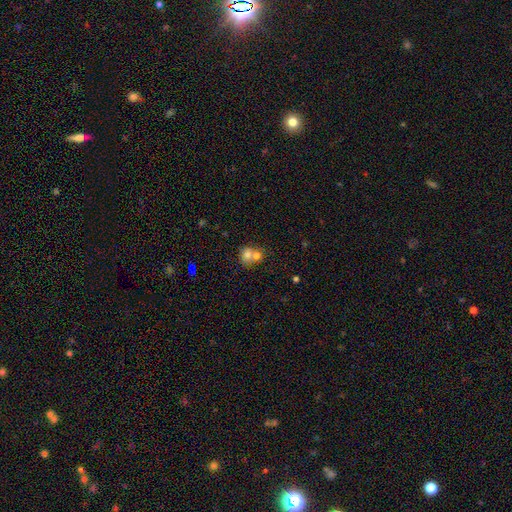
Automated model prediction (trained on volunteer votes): Smooth or featured: smooth — 71% (featured or disk — 17%)
How rounded: round — 75% (in between — 24%)
Merging: merger — 61% (none — 30%)